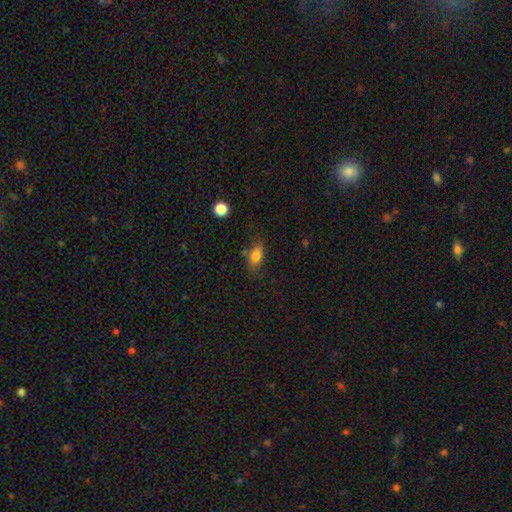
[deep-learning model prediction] Morphology: type=smooth (80%); roundness=in between (84%); merging=none (68%).